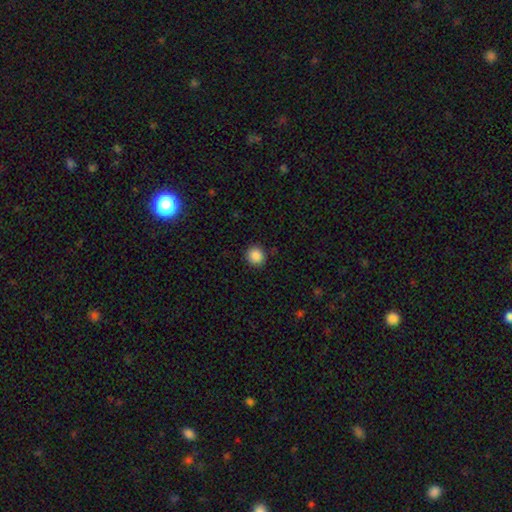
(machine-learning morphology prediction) A smooth galaxy with no disk features (87%) that is round (90%).

Vote fractions:
- Smooth or featured? smooth: 87% / star or artifact: 10% / featured or disk: 3%
- How rounded? round: 90% / in between: 9% / cigar-shaped: 1%
- Merging? none: 90% / minor disturbance: 7% / major disturbance: 2% / merger: 1%